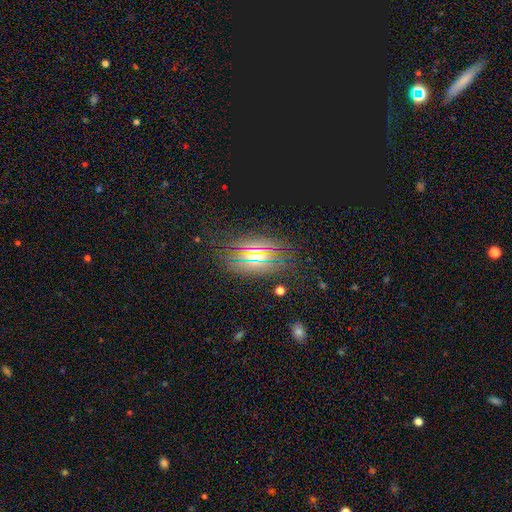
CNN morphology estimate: Smooth or featured: star or artifact — 43% (smooth — 39%)